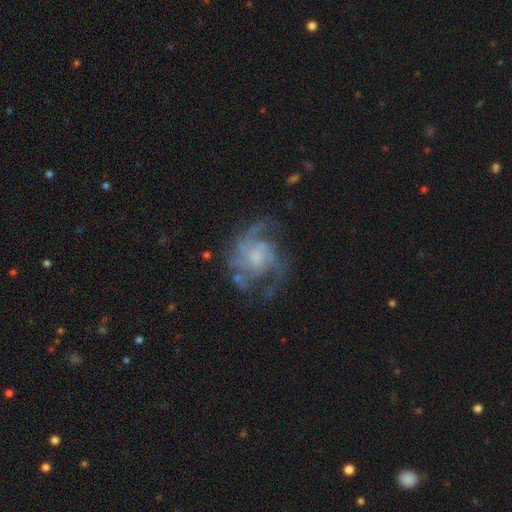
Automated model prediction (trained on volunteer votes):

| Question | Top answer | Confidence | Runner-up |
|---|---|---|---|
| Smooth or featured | featured or disk | 82% | smooth (10%) |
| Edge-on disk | no | 98% | yes (2%) |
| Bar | no | 67% | weak (29%) |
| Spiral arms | yes | 90% | no (10%) |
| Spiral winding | medium | 47% | tight (32%) |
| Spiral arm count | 3 | 32% | can't tell (25%) |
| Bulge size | small | 39% | moderate (35%) |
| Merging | none | 58% | major disturbance (21%) |